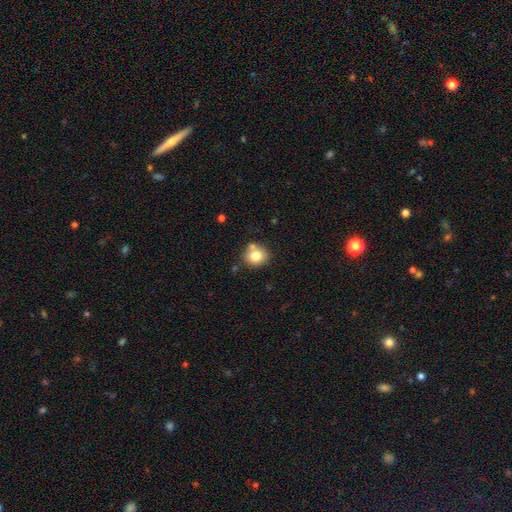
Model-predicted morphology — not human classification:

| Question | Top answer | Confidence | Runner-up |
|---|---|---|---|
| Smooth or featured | smooth | 79% | featured or disk (11%) |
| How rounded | round | 73% | in between (26%) |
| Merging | none | 69% | merger (14%) |